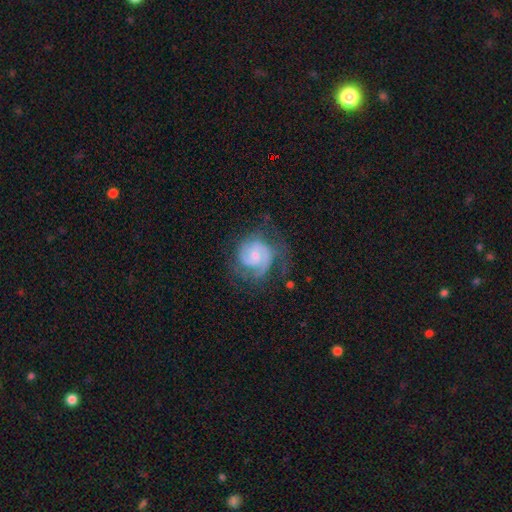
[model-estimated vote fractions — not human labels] Smooth or featured: featured or disk — 82% (smooth — 13%)
Edge-on disk: no — 98% (yes — 2%)
Bar: no — 59% (weak — 36%)
Spiral arms: yes — 96% (no — 4%)
Spiral winding: tight — 51% (medium — 38%)
Spiral arm count: 2 — 52% (3 — 17%)
Bulge size: small — 58% (moderate — 33%)
Merging: none — 60% (minor disturbance — 22%)